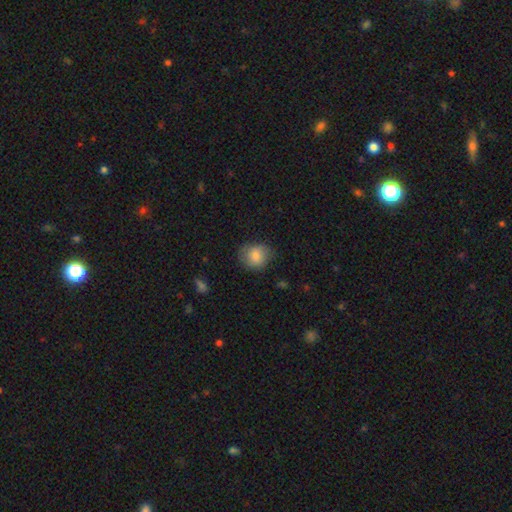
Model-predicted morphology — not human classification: Smooth or featured?
  - smooth: 83% *
  - featured or disk: 10%
  - star or artifact: 7%
How rounded?
  - round: 70% *
  - in between: 29%
  - cigar-shaped: 1%
Merging?
  - none: 72% *
  - minor disturbance: 22%
  - major disturbance: 5%
  - merger: 1%